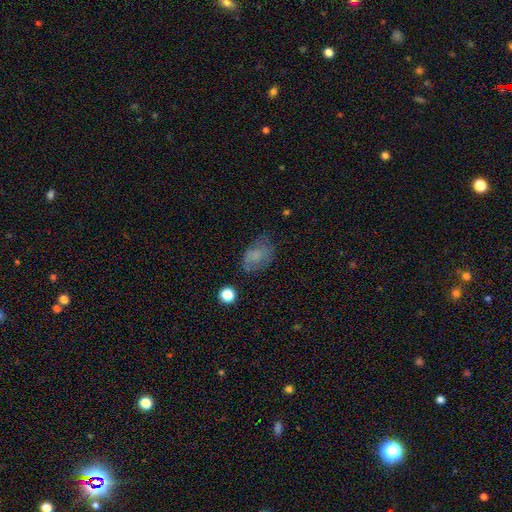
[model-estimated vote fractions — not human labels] Overall: smooth (67%). How rounded: in between (84%). Merging: none (56%; minor disturbance 27%).